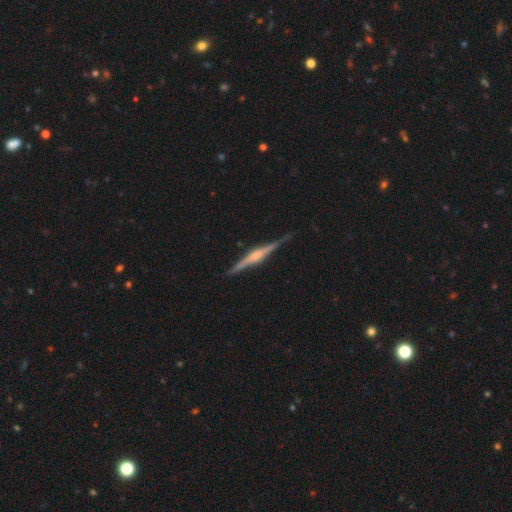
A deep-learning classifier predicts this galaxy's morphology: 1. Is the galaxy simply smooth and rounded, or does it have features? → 83% featured or disk, 12% smooth, 5% star or artifact.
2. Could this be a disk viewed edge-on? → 98% yes, 2% no.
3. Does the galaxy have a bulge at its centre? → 68% rounded, 24% boxy, 8% none.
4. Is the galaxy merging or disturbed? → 88% none, 9% minor disturbance, 2% major disturbance, 1% merger.